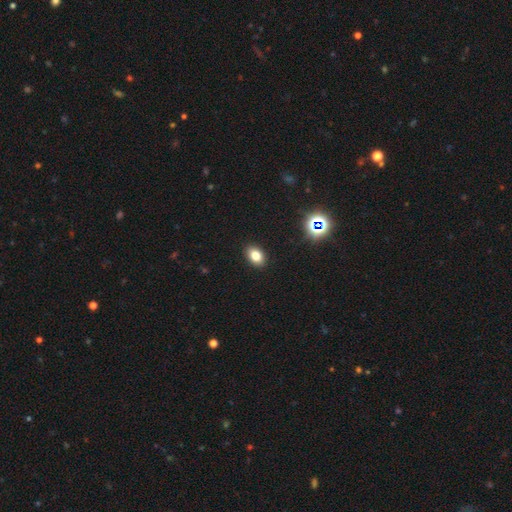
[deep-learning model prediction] Smooth or featured: smooth — 80% (star or artifact — 12%)
How rounded: in between — 81% (round — 18%)
Merging: none — 90% (minor disturbance — 7%)